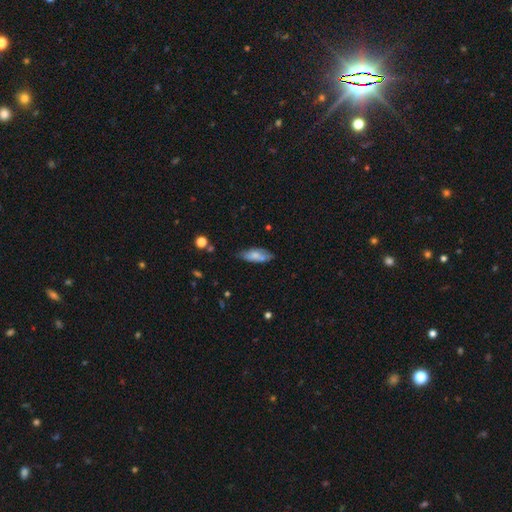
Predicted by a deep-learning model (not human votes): smooth-or-featured: smooth: 68% | featured or disk: 25% | star or artifact: 7%
  how-rounded: in between: 76% | cigar-shaped: 22% | round: 2%
  merging: none: 64% | minor disturbance: 27% | major disturbance: 6% | merger: 3%